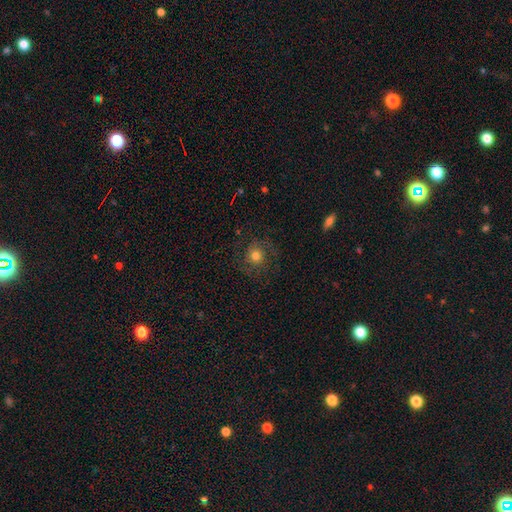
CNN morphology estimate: smooth 51%, featured or disk 36%, star or artifact 12%. Down the decision tree: how rounded — round (89%); merging — none (75%).